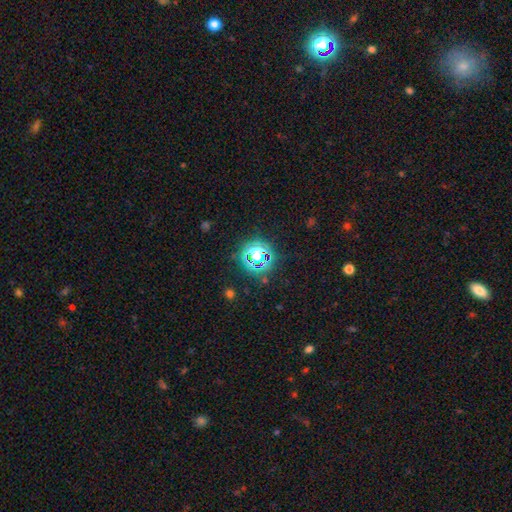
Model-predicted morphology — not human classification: A star or artifact, not a galaxy (67%).